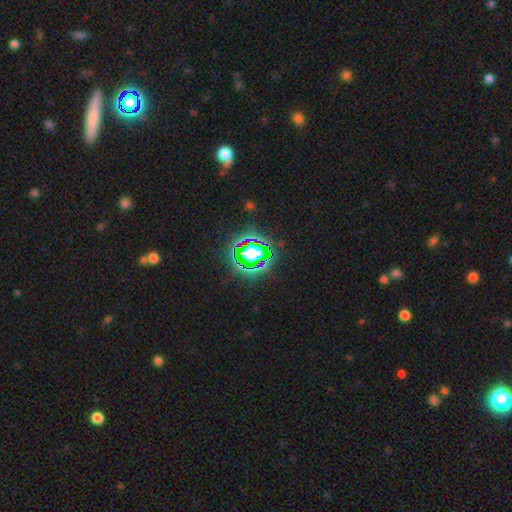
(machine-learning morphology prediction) This appears to be a star or artifact, not a galaxy (80%).